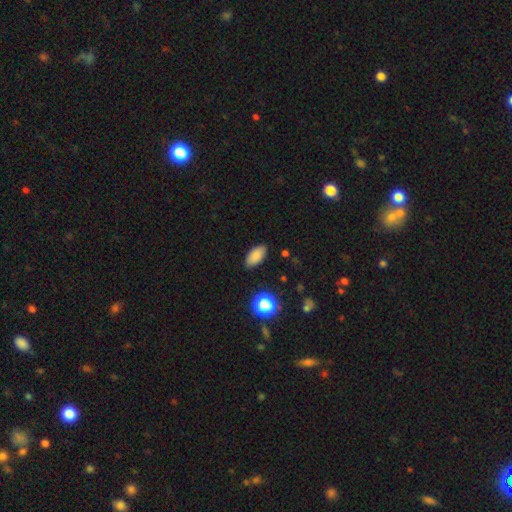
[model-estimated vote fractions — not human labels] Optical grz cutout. It shows a smooth galaxy with no disk features (84%) that is in between round and cigar-shaped (92%). Merging: none (86%).